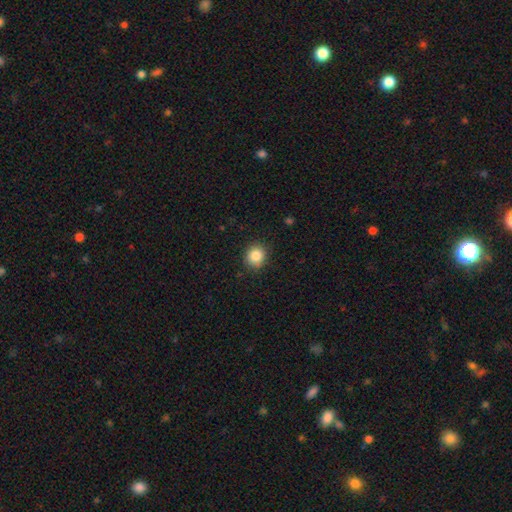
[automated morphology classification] Smooth or featured?
  - smooth: 85% *
  - star or artifact: 10%
  - featured or disk: 5%
How rounded?
  - round: 82% *
  - in between: 17%
  - cigar-shaped: 1%
Merging?
  - none: 87% *
  - minor disturbance: 9%
  - major disturbance: 2%
  - merger: 1%